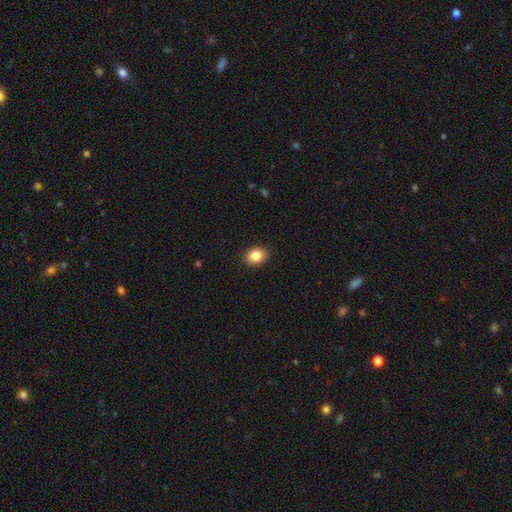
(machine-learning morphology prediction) smooth-or-featured: smooth: 85% | star or artifact: 9% | featured or disk: 5%
  how-rounded: in between: 54% | round: 46% | cigar-shaped: 1%
  merging: none: 90% | minor disturbance: 7% | major disturbance: 2% | merger: 1%